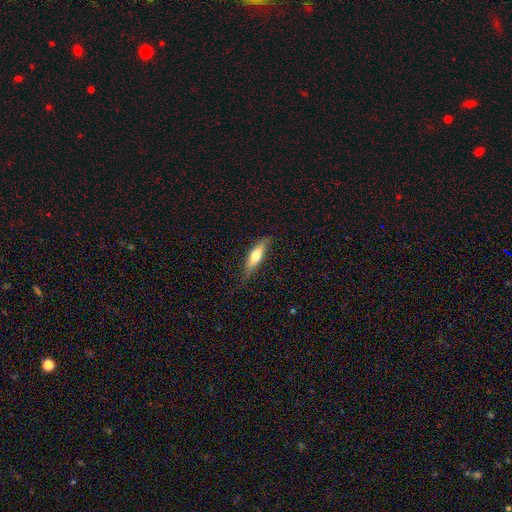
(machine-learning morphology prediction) A smooth galaxy with no disk features (59%) that is cigar-shaped (64%).

Vote fractions:
- Smooth or featured? smooth: 59% / featured or disk: 35% / star or artifact: 6%
- How rounded? cigar-shaped: 64% / in between: 34% / round: 2%
- Merging? none: 76% / minor disturbance: 19% / major disturbance: 4% / merger: 1%